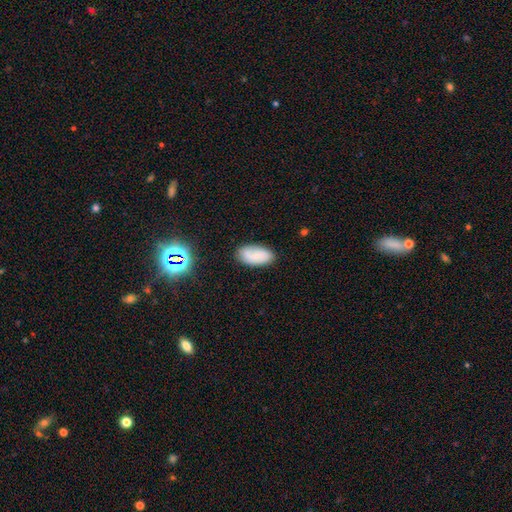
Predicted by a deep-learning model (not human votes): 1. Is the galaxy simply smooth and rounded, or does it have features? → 66% smooth, 25% featured or disk, 9% star or artifact.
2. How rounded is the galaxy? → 94% in between, 3% round, 3% cigar-shaped.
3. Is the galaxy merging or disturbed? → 80% none, 15% minor disturbance, 3% major disturbance, 2% merger.